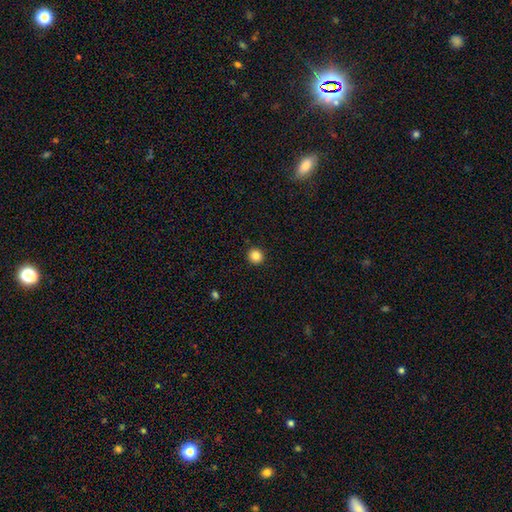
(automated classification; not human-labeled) The model was most divided on "smooth or featured": smooth: 84%, star or artifact: 11%, featured or disk: 5%. More confident: how rounded — round (93%); merging — none (93%).